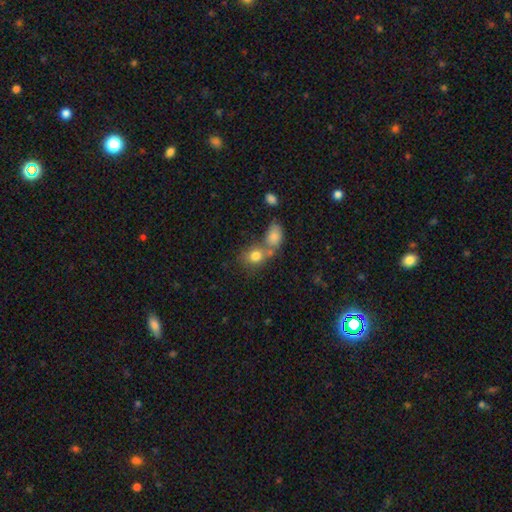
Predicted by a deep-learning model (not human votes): Morphology: type=smooth (78%); roundness=in between (50%); merging=merger (48%).